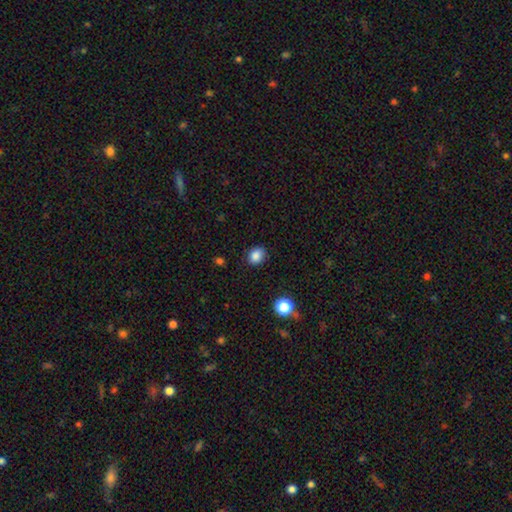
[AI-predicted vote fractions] A smooth galaxy with no disk features (86%) that is round (54%). Merging: none (85%).